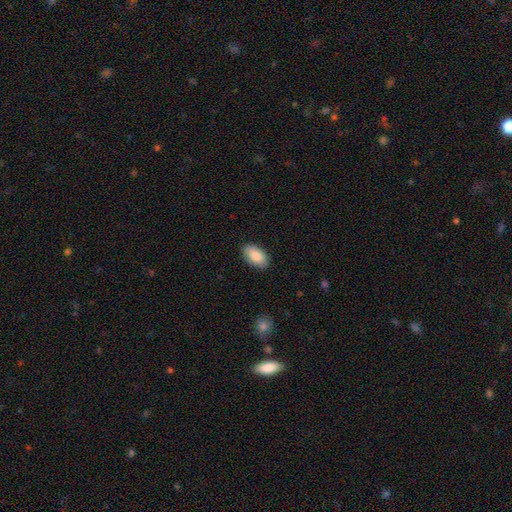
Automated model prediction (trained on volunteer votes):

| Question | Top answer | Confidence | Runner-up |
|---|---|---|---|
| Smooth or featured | smooth | 88% | star or artifact (6%) |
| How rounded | in between | 95% | round (3%) |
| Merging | none | 87% | minor disturbance (10%) |